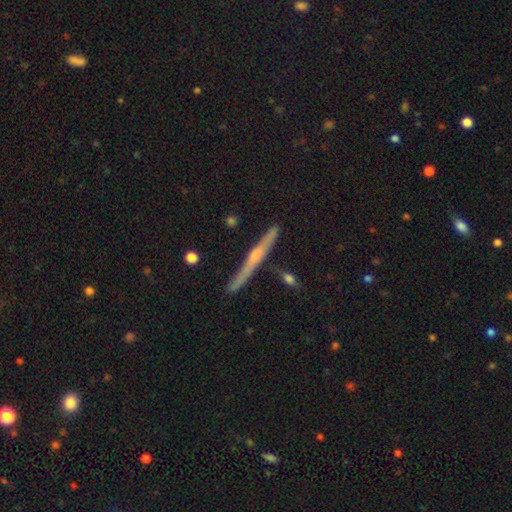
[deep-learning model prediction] Smooth or featured? featured or disk (74%)
Edge-on disk? yes (97%)
Edge-on bulge? rounded (67%)
Merging? none (84%)